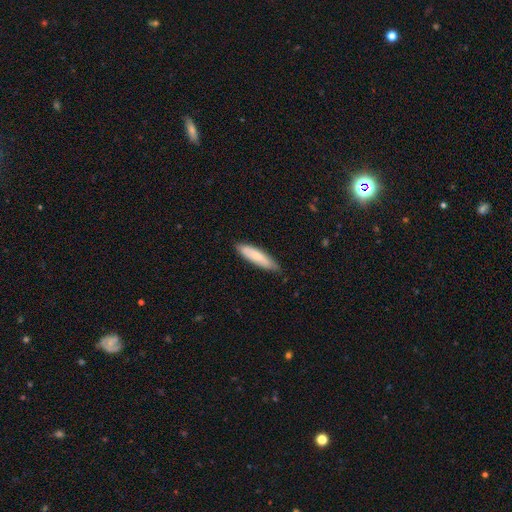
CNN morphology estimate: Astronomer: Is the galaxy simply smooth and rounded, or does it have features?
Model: smooth — 74%.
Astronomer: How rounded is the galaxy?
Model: cigar-shaped — 70%.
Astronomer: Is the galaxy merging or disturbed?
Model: none — 77%.